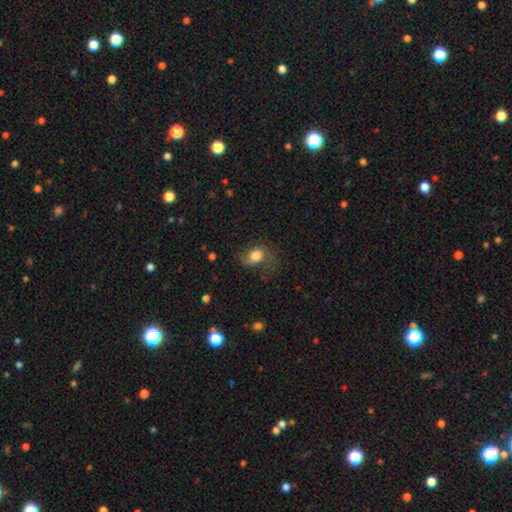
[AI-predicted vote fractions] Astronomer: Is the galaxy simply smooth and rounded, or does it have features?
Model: smooth — 58% (runner-up: featured or disk, 33%).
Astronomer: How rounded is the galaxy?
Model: in between — 51% (runner-up: round, 48%).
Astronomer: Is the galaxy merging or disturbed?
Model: none — 43% (runner-up: major disturbance, 30%).